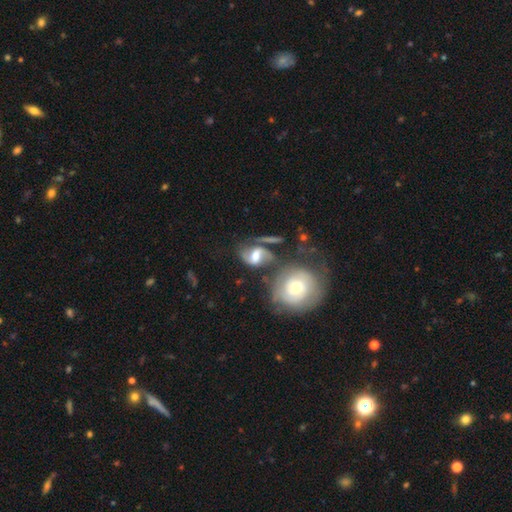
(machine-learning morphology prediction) The model was most divided on "spiral winding": loose: 44%, medium: 42%, tight: 14%. Remaining: edge-on disk — no (97%); spiral arms — yes (88%); spiral arm count — 2 (83%); smooth or featured — featured or disk (69%); bulge size — moderate (60%); bar — weak (47%); merging — none (40%).